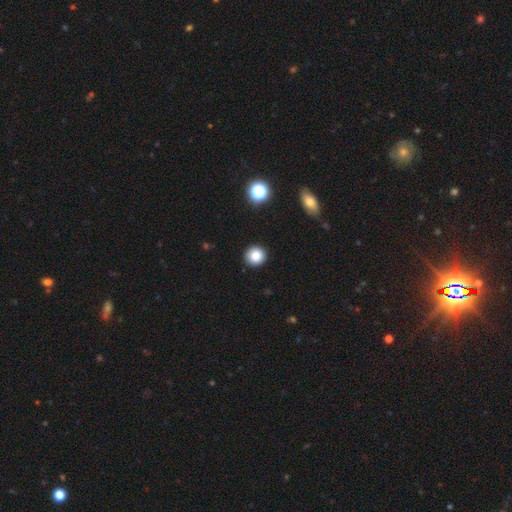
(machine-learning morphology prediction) This appears to be a smooth galaxy with no disk features (85%) that is round (92%). Merging: none (91%).